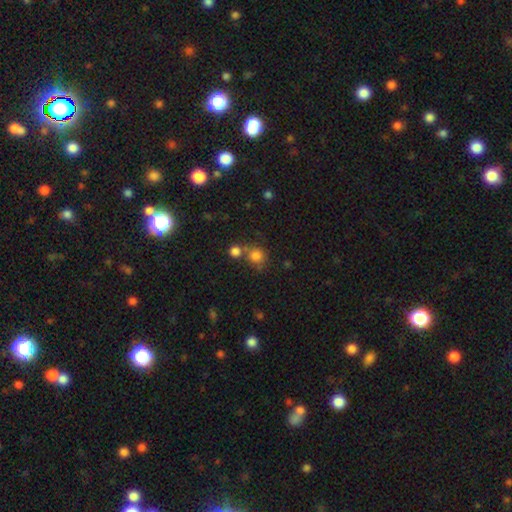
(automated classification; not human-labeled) Smooth or featured? Predicted: smooth (p=0.80). How rounded? Predicted: round (p=0.82). Merging? Predicted: none (p=0.50).